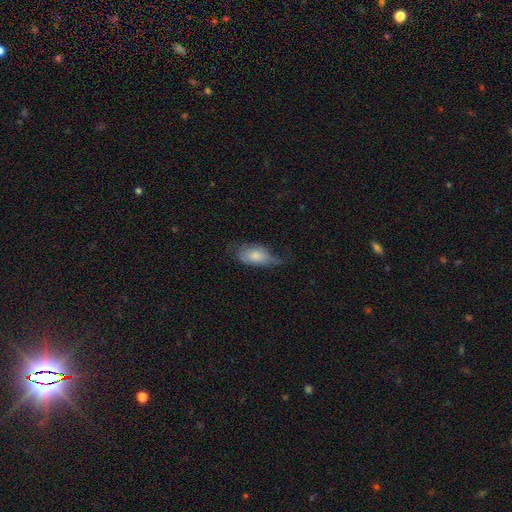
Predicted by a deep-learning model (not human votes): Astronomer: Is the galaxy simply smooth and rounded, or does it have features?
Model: smooth — 72%.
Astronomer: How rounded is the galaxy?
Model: in between — 91%.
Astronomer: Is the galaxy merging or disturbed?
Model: minor disturbance — 41% (runner-up: none, 34%).